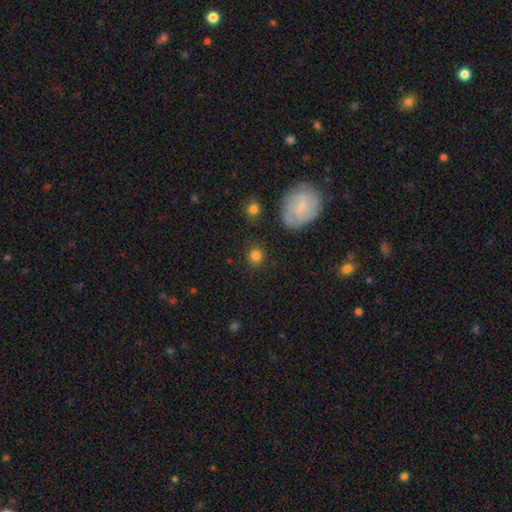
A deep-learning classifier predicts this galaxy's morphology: Q: Smooth or featured?
A: smooth (80%); runner-up: star or artifact (11%)
Q: How rounded?
A: round (85%); runner-up: in between (14%)
Q: Merging?
A: none (87%); runner-up: minor disturbance (8%)